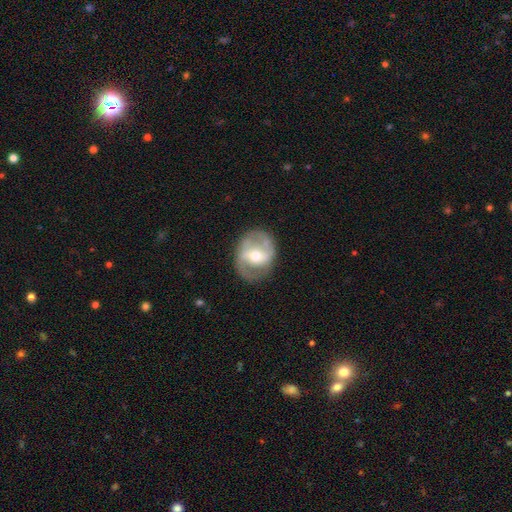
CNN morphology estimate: Overall: featured or disk (76%). Edge-on disk: no (96%). Bar: weak (41%; no 30%). Spiral arms: yes (82%). Spiral arm count: 2 (85%). Spiral winding: medium (48%; loose 30%). Bulge size: moderate (62%; small 32%). Merging: none (78%).